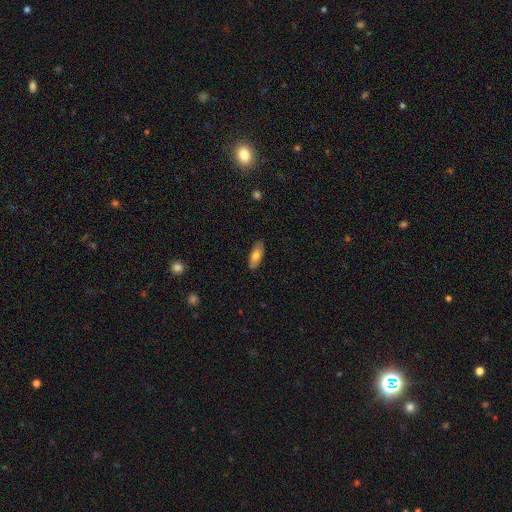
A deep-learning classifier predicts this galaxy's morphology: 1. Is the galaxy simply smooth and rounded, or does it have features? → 73% smooth, 20% featured or disk, 6% star or artifact.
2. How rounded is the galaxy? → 79% in between, 19% cigar-shaped, 2% round.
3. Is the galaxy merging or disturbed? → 87% none, 11% minor disturbance, 2% major disturbance, 1% merger.